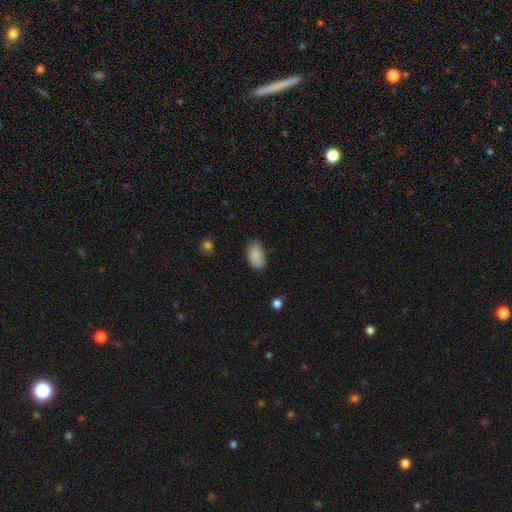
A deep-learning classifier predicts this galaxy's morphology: The model was most divided on "merging": none: 75%, minor disturbance: 19%, major disturbance: 4%, merger: 2%. More confident: how rounded — in between (93%); smooth or featured — smooth (87%).